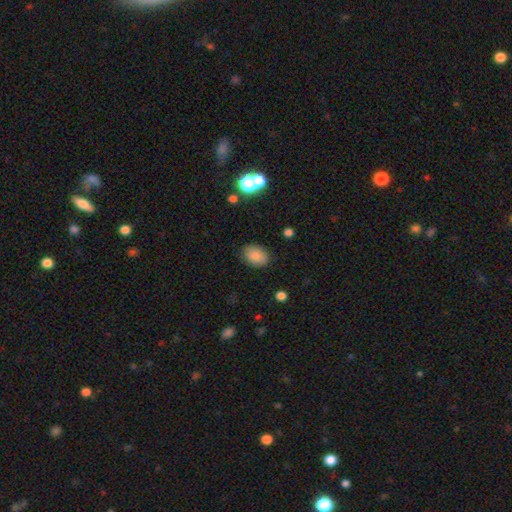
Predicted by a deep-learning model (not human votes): This appears to be a smooth galaxy with no disk features (86%) that is in between round and cigar-shaped (74%). Merging: none (84%).